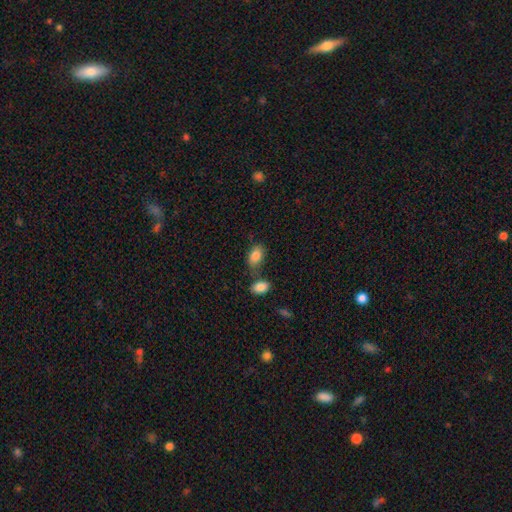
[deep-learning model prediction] Overall: smooth (85%). How rounded: in between (89%). Merging: none (61%).